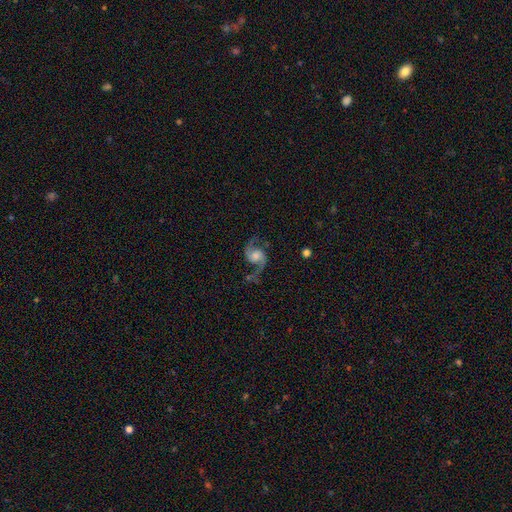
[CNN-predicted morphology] Smooth or featured?
  - featured or disk: 88% *
  - smooth: 6%
  - star or artifact: 6%
Edge-on disk?
  - no: 98% *
  - yes: 2%
Bar?
  - no: 62% *
  - weak: 31%
  - strong: 7%
Spiral arms?
  - yes: 97% *
  - no: 3%
Spiral winding?
  - loose: 58% *
  - medium: 35%
  - tight: 7%
Spiral arm count?
  - 2: 94% *
  - 1: 2%
  - can't tell: 1%
  - 3: 1%
  - 4: 1%
  - more than 4: 1%
Bulge size?
  - moderate: 33% *
  - large: 28%
  - small: 18%
  - none: 16%
  - dominant: 5%
Merging?
  - none: 72% *
  - minor disturbance: 15%
  - major disturbance: 10%
  - merger: 3%